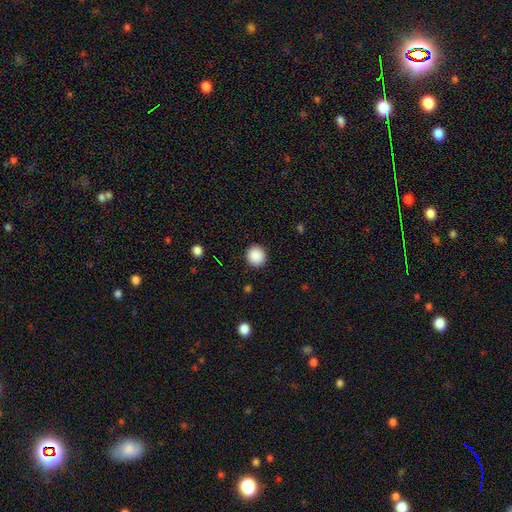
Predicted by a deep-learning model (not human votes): smooth 89%, star or artifact 9%, featured or disk 2%. Down the decision tree: how rounded — round (93%); merging — none (92%).